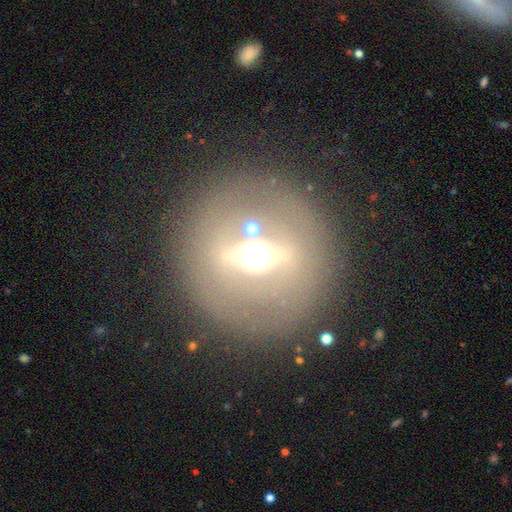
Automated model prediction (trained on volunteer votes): smooth_or_featured: featured or disk (p=0.68) [alt: smooth p=0.19]
disk_edge_on: yes (p=0.51) [alt: no p=0.49]
merging: none (p=0.85) [alt: minor disturbance p=0.08]